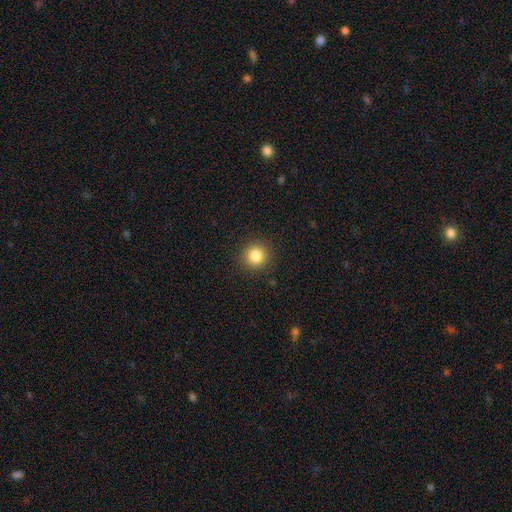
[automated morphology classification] type=smooth (84%); roundness=round (93%); merging=none (91%).